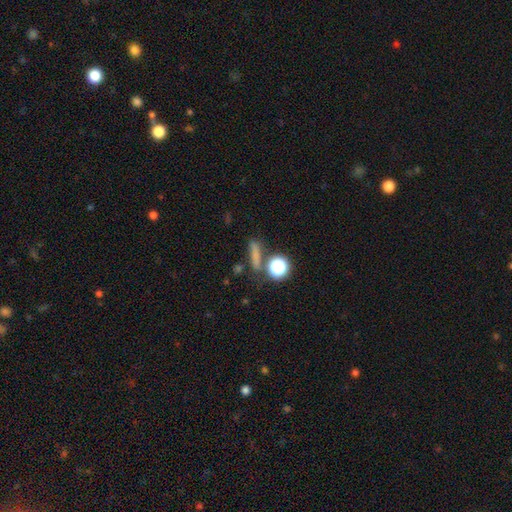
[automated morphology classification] Smooth or featured: smooth — 64% (star or artifact — 23%)
How rounded: cigar-shaped — 54% (round — 26%)
Merging: none — 70% (minor disturbance — 12%)